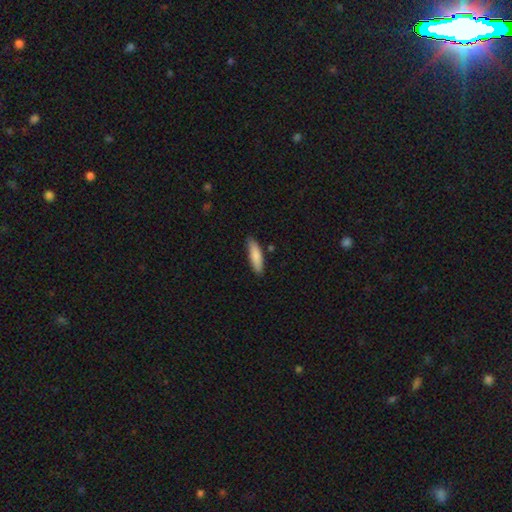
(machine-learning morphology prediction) A smooth galaxy with no disk features (84%) that is cigar-shaped (66%).

Vote fractions:
- Smooth or featured? smooth: 84% / featured or disk: 11% / star or artifact: 6%
- How rounded? cigar-shaped: 66% / in between: 32% / round: 1%
- Merging? none: 83% / minor disturbance: 12% / merger: 2% / major disturbance: 2%